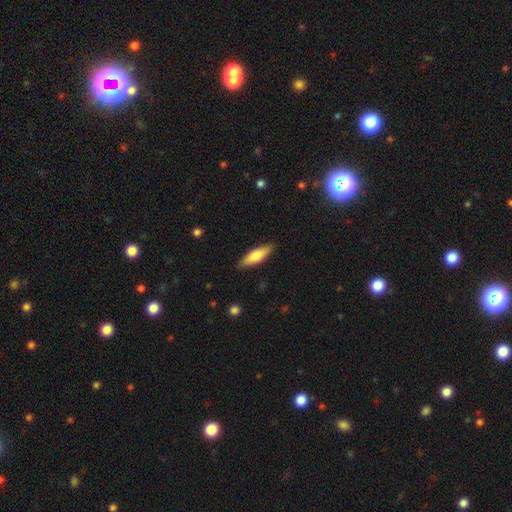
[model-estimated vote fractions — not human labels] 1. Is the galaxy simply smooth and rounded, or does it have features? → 72% smooth, 23% featured or disk, 5% star or artifact.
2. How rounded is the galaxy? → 54% cigar-shaped, 44% in between, 2% round.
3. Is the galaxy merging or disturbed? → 88% none, 9% minor disturbance, 2% major disturbance, 1% merger.